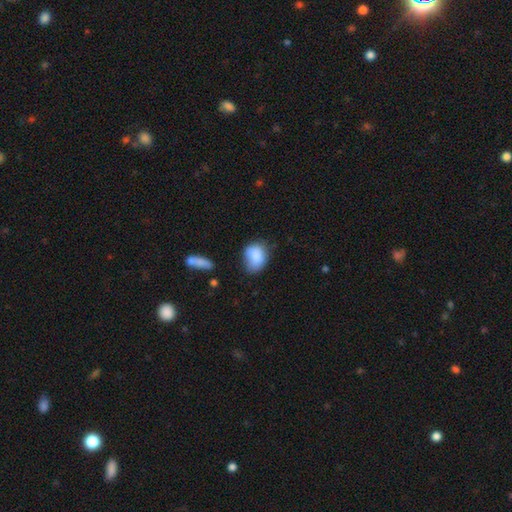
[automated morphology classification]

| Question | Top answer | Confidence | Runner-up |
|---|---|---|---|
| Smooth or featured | smooth | 83% | featured or disk (9%) |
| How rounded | in between | 66% | round (33%) |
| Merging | none | 52% | minor disturbance (34%) |